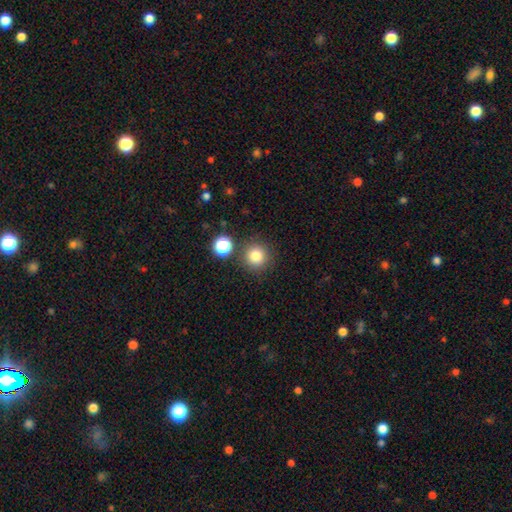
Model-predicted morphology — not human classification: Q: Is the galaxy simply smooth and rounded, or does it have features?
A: smooth — 81%.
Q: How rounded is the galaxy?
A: round — 94%.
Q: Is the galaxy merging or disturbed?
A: none — 84%.